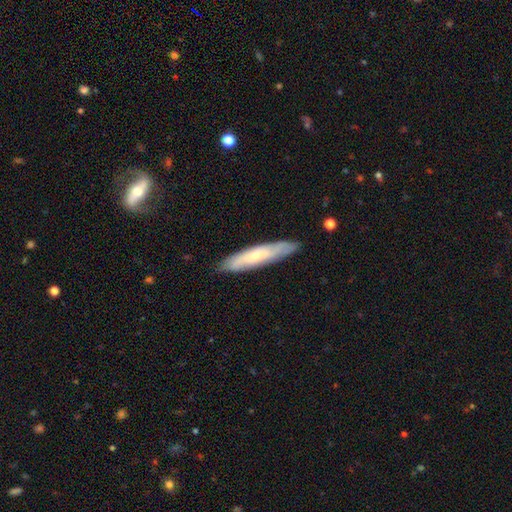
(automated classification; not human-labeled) This appears to be a smooth galaxy with no disk features (50%) that is cigar-shaped (83%). Merging: none (86%).